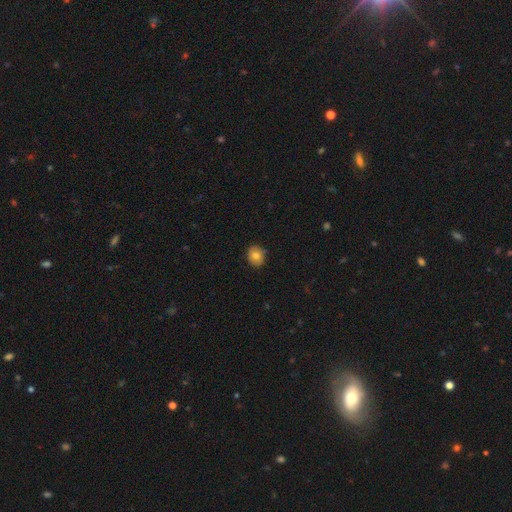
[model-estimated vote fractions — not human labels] The model was most divided on "how rounded": round: 72%, in between: 27%, cigar-shaped: 1%. More confident: merging — none (84%); smooth or featured — smooth (74%).